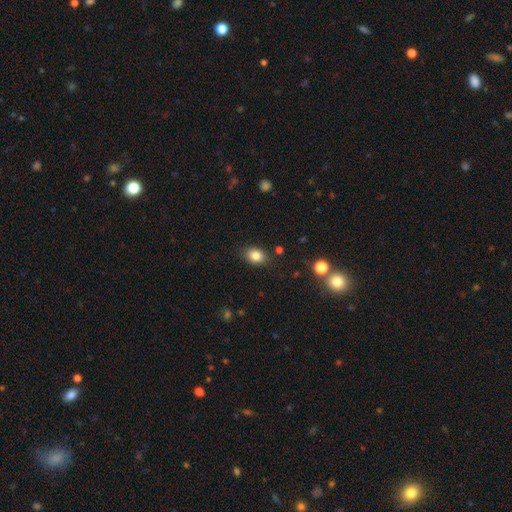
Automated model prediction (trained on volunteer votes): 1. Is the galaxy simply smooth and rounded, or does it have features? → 83% smooth, 10% star or artifact, 7% featured or disk.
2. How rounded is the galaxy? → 70% in between, 29% round, 1% cigar-shaped.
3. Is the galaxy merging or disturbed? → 83% none, 12% minor disturbance, 3% major disturbance, 2% merger.